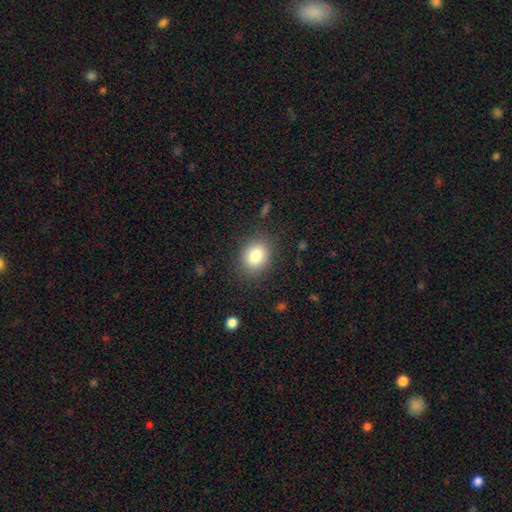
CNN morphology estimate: smooth 83%, star or artifact 9%, featured or disk 7%. Down the decision tree: how rounded — round (51%); merging — none (84%).